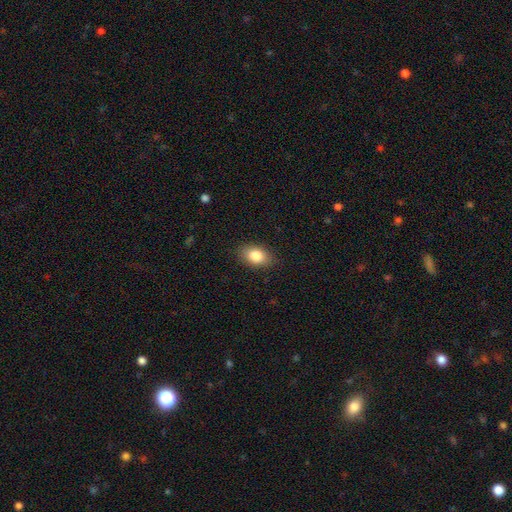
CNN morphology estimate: Smooth or featured? Predicted: smooth (p=0.84). How rounded? Predicted: in between (p=0.85). Merging? Predicted: none (p=0.86).